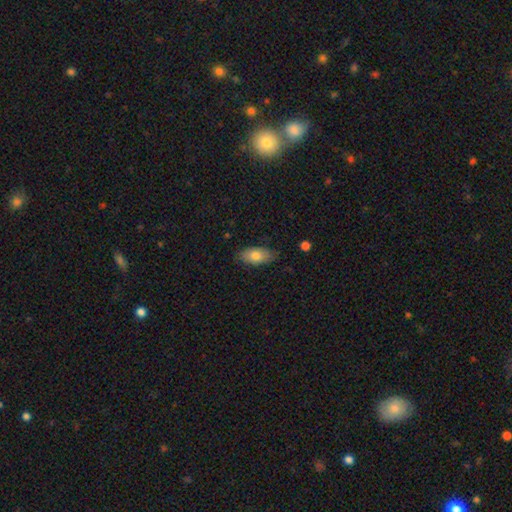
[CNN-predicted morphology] A smooth galaxy with no disk features (76%) that is in between round and cigar-shaped (91%). Merging: none (80%).